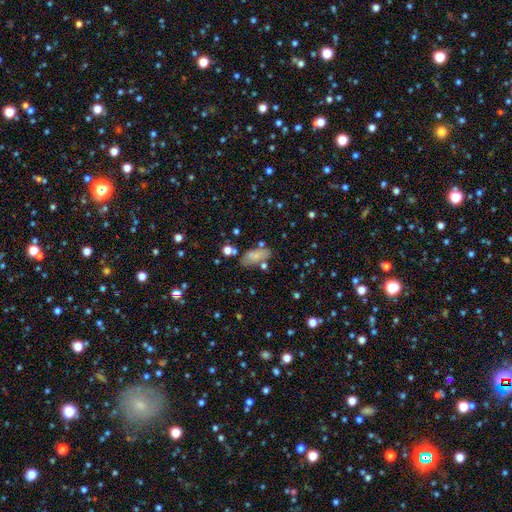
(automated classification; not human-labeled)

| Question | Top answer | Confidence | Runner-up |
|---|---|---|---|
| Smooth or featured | smooth | 76% | featured or disk (14%) |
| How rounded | in between | 84% | cigar-shaped (12%) |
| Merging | none | 65% | minor disturbance (19%) |